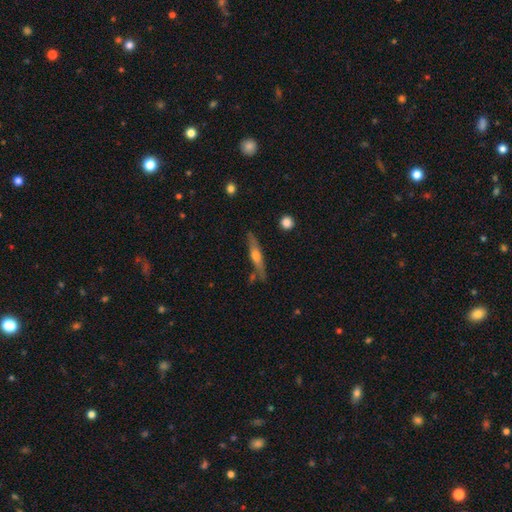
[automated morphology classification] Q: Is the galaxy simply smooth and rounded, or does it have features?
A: featured or disk — 59%.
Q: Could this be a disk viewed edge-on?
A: yes — 93%.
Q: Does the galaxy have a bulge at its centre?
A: rounded — 84%.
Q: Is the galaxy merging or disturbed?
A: none — 78%.